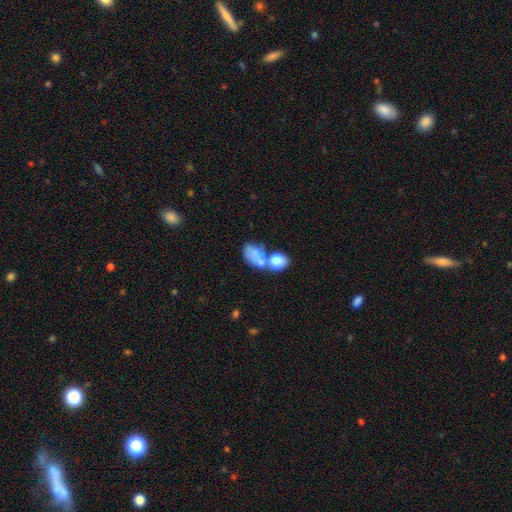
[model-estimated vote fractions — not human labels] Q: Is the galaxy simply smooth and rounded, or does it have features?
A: smooth — 68%.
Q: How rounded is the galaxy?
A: in between — 81%.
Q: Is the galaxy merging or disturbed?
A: merger — 54%.